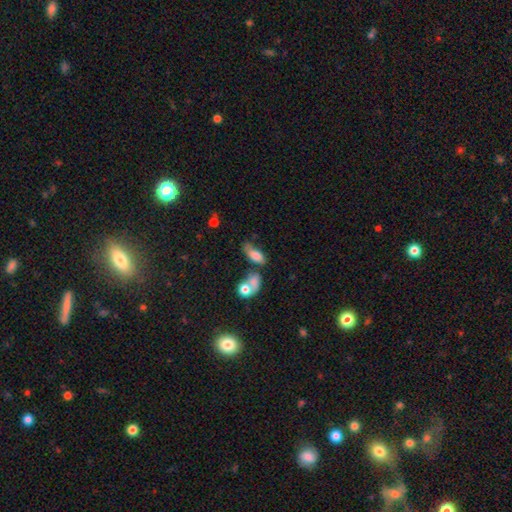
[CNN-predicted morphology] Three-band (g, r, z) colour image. It shows a smooth galaxy with no disk features (73%) that is in between round and cigar-shaped (82%). Merging: none (34%).